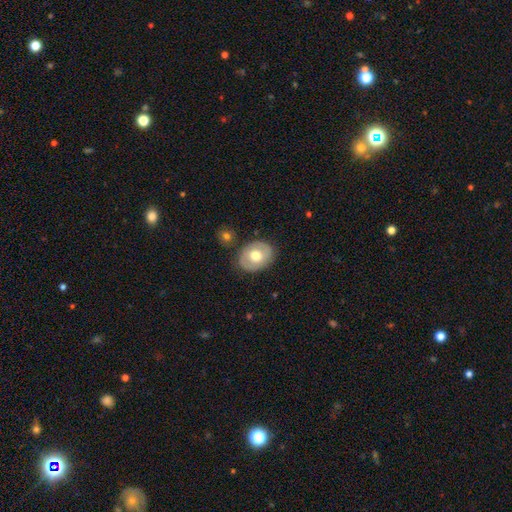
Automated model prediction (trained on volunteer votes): Smooth or featured?
  - smooth: 55% *
  - featured or disk: 39%
  - star or artifact: 6%
How rounded?
  - in between: 56% *
  - round: 43%
  - cigar-shaped: 1%
Merging?
  - none: 81% *
  - minor disturbance: 12%
  - merger: 3%
  - major disturbance: 3%